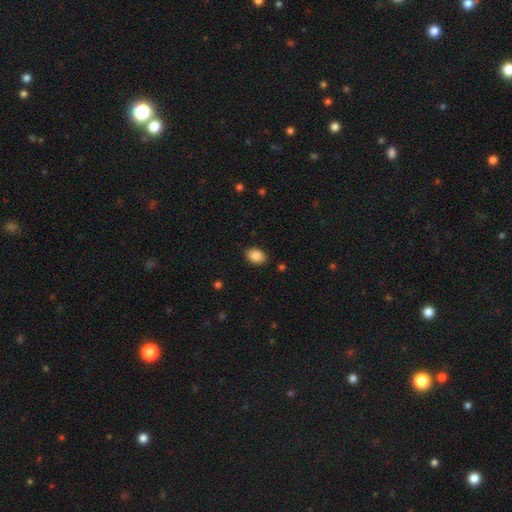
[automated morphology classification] smooth 87%, star or artifact 7%, featured or disk 6%. Down the decision tree: how rounded — in between (89%); merging — none (87%).